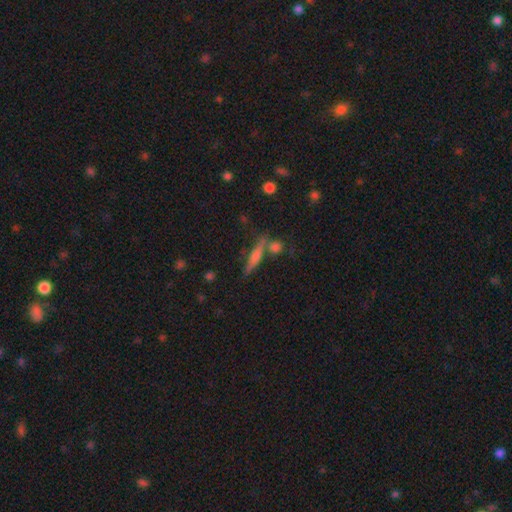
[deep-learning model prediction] A featured or disk galaxy (57%) viewed edge-on (96%) with a rounded central bulge (70%). Merging: none (75%).